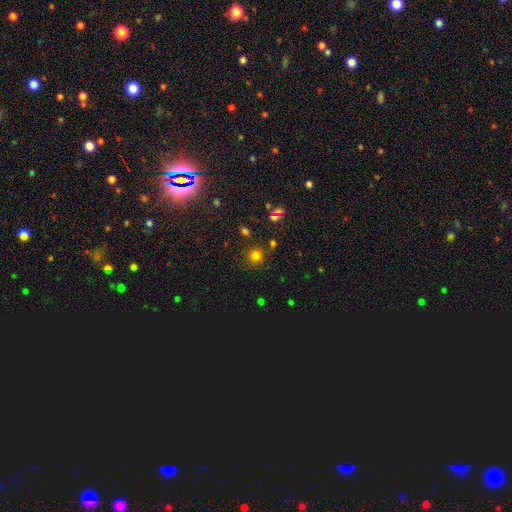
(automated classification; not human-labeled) Smooth or featured? smooth (72%)
How rounded? round (91%)
Merging? none (82%)